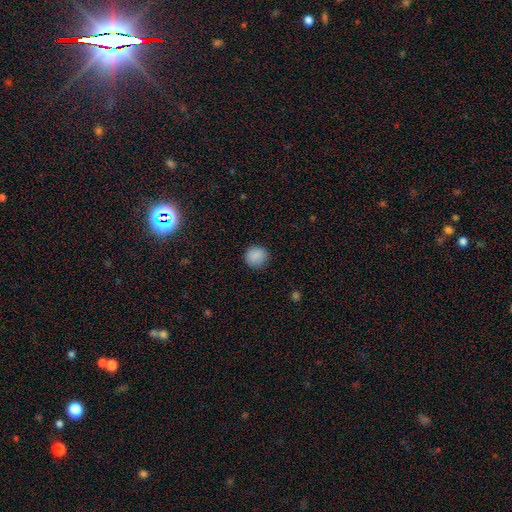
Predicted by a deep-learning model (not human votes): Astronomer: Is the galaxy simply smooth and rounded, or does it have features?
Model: smooth — 87%.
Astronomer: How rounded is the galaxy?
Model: round — 90%.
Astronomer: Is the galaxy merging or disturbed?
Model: none — 88%.